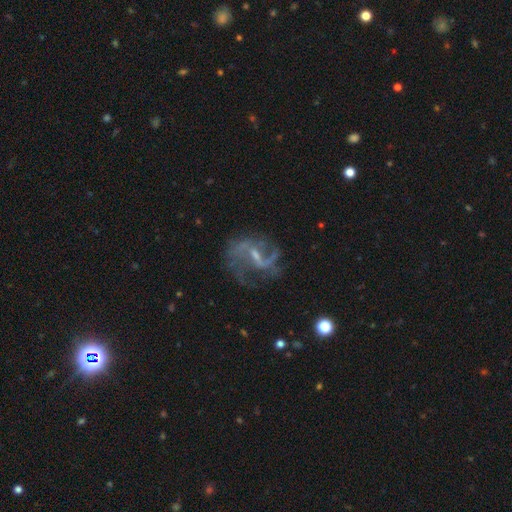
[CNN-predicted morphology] The model was most divided on "spiral winding": loose: 54%, medium: 37%, tight: 9%. More confident: edge-on disk — no (97%); spiral arms — yes (91%); smooth or featured — featured or disk (84%); spiral arm count — 2 (74%); bulge size — small (58%); merging — none (57%); bar — weak (54%).